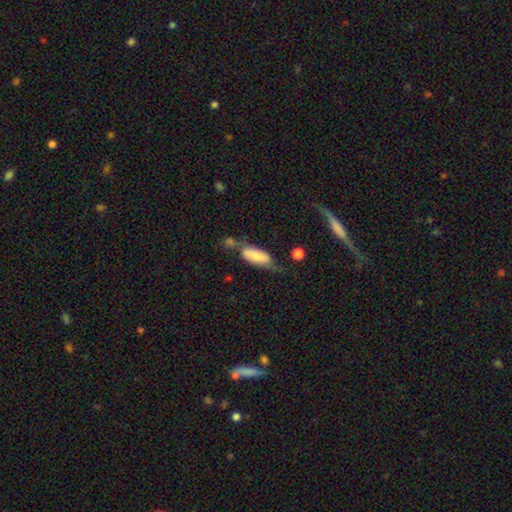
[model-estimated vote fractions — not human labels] Smooth or featured?
  - smooth: 70% *
  - featured or disk: 23%
  - star or artifact: 7%
How rounded?
  - in between: 75% *
  - cigar-shaped: 23%
  - round: 3%
Merging?
  - none: 35% *
  - minor disturbance: 29%
  - merger: 19%
  - major disturbance: 17%